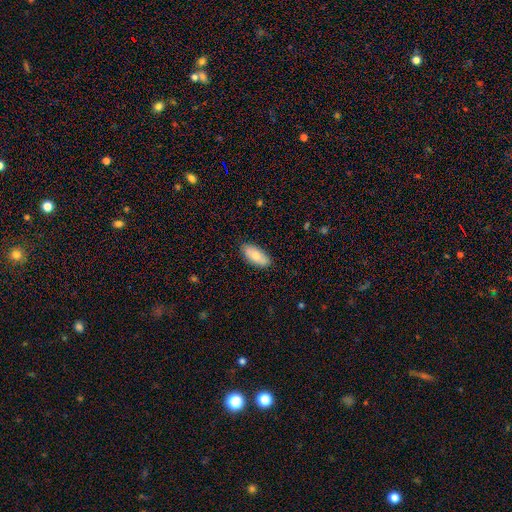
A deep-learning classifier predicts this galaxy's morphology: A smooth galaxy with no disk features (75%) that is in between round and cigar-shaped (87%). Merging: none (86%).